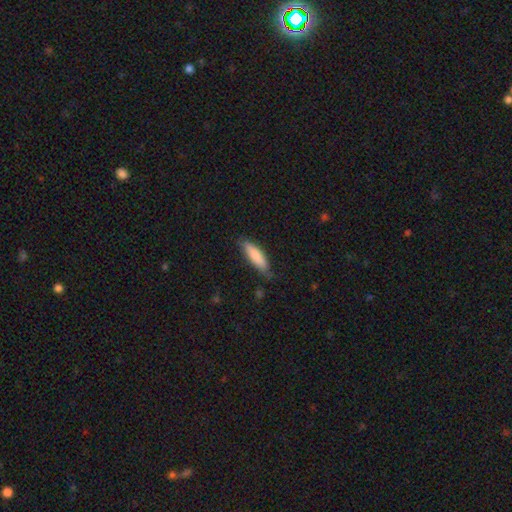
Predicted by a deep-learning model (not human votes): A smooth galaxy with no disk features (82%) that is cigar-shaped (64%). Merging: none (77%).